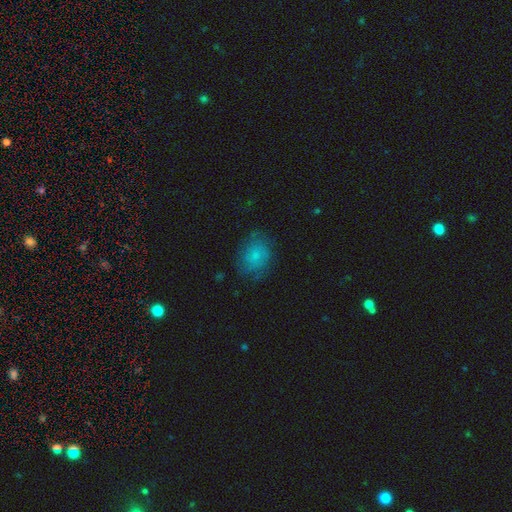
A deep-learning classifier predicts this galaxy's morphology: This is likely a smooth galaxy (64%). How rounded: possibly round (50%). Merging: likely none (71%).